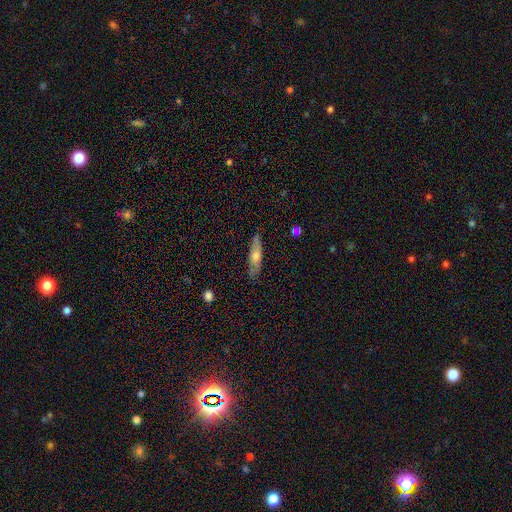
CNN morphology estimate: A smooth galaxy with no disk features (52%) that is cigar-shaped (72%). Merging: none (83%).